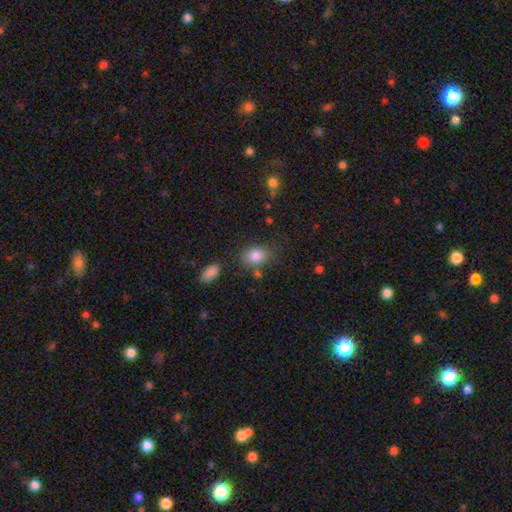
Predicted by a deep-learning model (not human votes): A smooth galaxy with no disk features (83%) that is in between round and cigar-shaped (77%). Merging: none (69%).